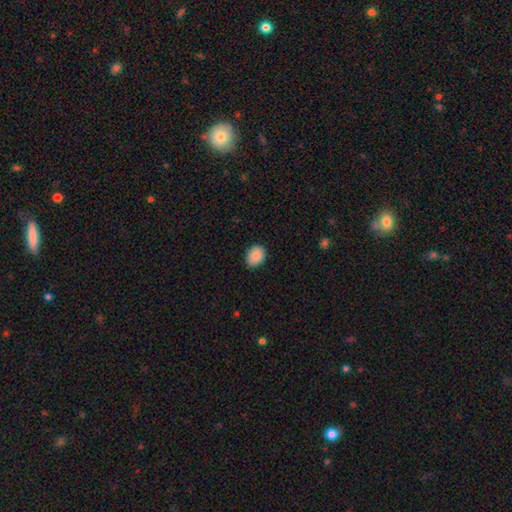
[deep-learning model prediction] A smooth galaxy with no disk features (89%) that is in between round and cigar-shaped (64%). Merging: none (88%).